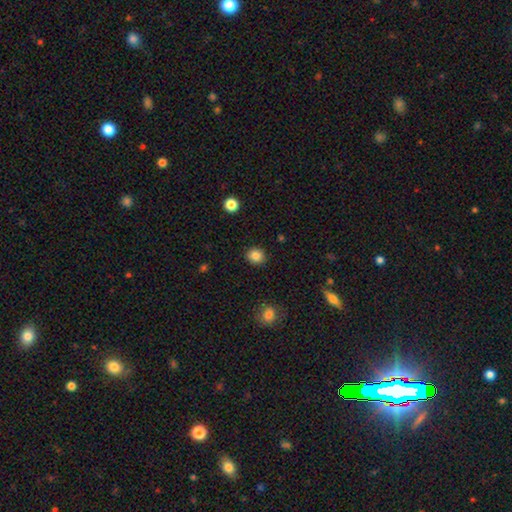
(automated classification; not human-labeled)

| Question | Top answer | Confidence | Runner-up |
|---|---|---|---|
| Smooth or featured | smooth | 85% | star or artifact (10%) |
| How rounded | round | 85% | in between (14%) |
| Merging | none | 91% | minor disturbance (6%) |